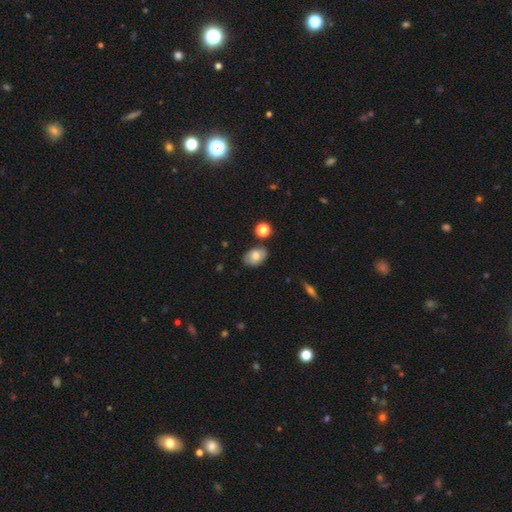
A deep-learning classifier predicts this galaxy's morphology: smooth_or_featured: smooth (p=0.72) [alt: featured or disk p=0.19]
how_rounded: in between (p=0.86) [alt: round p=0.13]
merging: none (p=0.77) [alt: minor disturbance p=0.15]